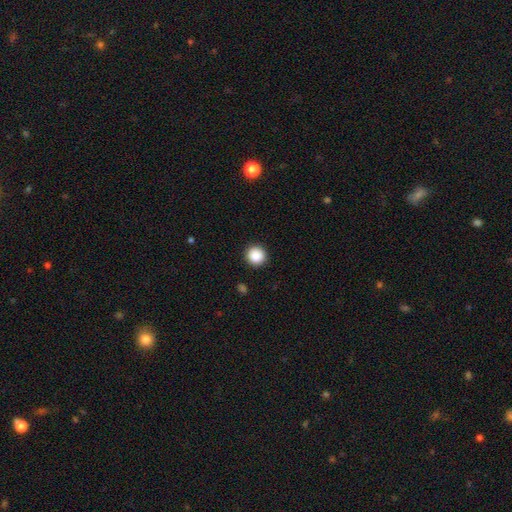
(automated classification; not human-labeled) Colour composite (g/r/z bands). It shows a smooth galaxy with no disk features (88%) that is round (94%). Merging: none (92%).